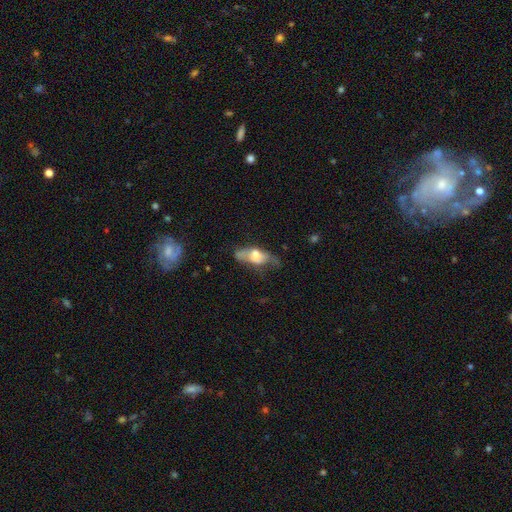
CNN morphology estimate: The model was most divided on "merging": none: 33%, major disturbance: 32%, minor disturbance: 28%, merger: 7%. More confident: how rounded — in between (77%); smooth or featured — smooth (50%).